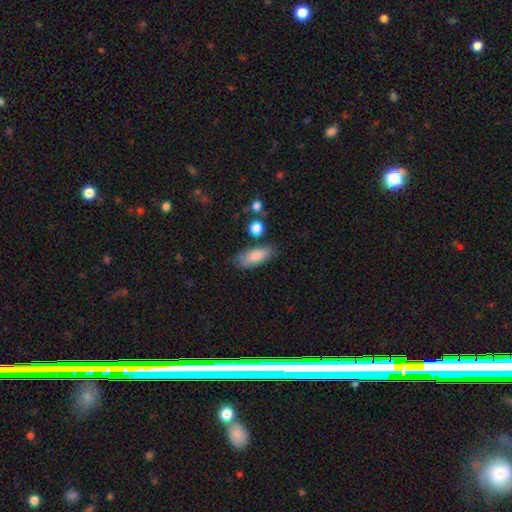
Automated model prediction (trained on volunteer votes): smooth_or_featured: smooth (p=0.79) [alt: featured or disk p=0.14]
how_rounded: in between (p=0.75) [alt: cigar-shaped p=0.22]
merging: none (p=0.68) [alt: minor disturbance p=0.21]